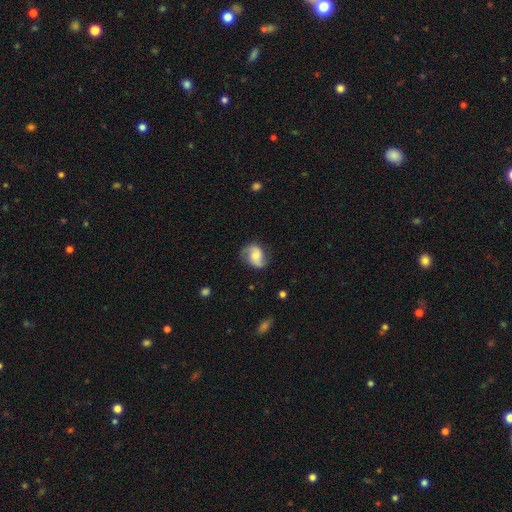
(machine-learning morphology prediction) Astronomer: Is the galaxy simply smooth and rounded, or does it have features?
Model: featured or disk — 61%.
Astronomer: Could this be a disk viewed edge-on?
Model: no — 97%.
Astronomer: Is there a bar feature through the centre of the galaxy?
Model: no — 59%.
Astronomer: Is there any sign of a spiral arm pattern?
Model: yes — 92%.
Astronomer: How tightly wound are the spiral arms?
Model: loose — 45% (runner-up: medium, 38%).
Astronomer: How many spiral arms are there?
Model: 2 — 88%.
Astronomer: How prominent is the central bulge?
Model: moderate — 41% (runner-up: small, 34%).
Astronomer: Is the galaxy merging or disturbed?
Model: none — 70%.